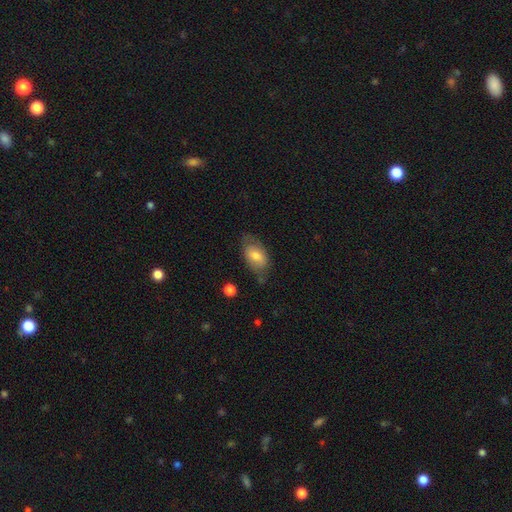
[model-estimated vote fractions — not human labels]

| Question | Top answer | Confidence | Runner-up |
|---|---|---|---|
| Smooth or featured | smooth | 67% | featured or disk (26%) |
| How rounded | in between | 90% | round (7%) |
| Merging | none | 61% | minor disturbance (26%) |